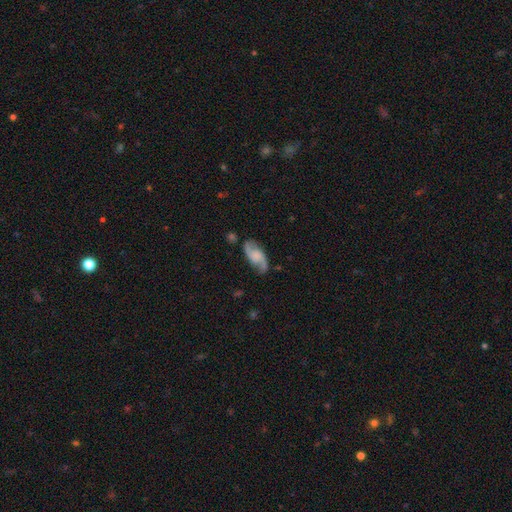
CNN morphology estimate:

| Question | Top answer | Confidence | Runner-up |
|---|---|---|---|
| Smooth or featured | featured or disk | 78% | smooth (15%) |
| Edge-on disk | no | 95% | yes (5%) |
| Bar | no | 57% | weak (34%) |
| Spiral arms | yes | 96% | no (4%) |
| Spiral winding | loose | 53% | medium (36%) |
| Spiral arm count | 2 | 93% | can't tell (3%) |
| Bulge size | none | 45% | small (17%) |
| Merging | none | 77% | minor disturbance (15%) |